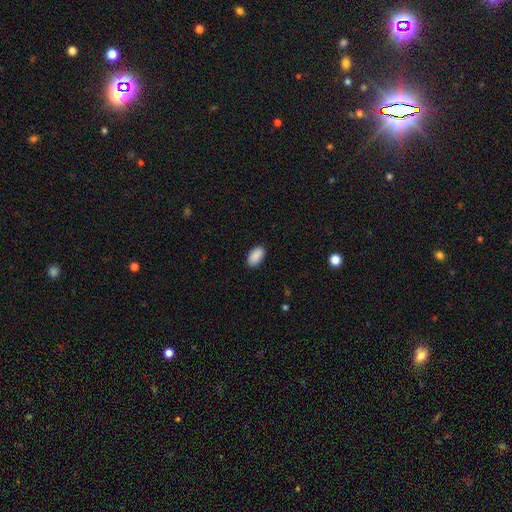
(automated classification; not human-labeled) Smooth or featured? Predicted: smooth (p=0.91). How rounded? Predicted: in between (p=0.95). Merging? Predicted: none (p=0.89).